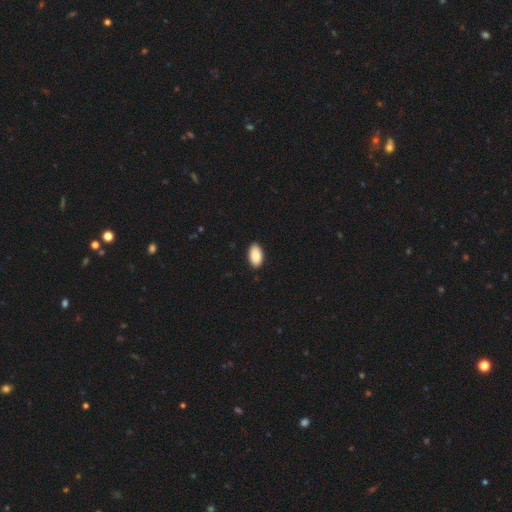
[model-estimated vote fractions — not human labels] Smooth or featured? smooth (90%)
How rounded? in between (96%)
Merging? none (89%)